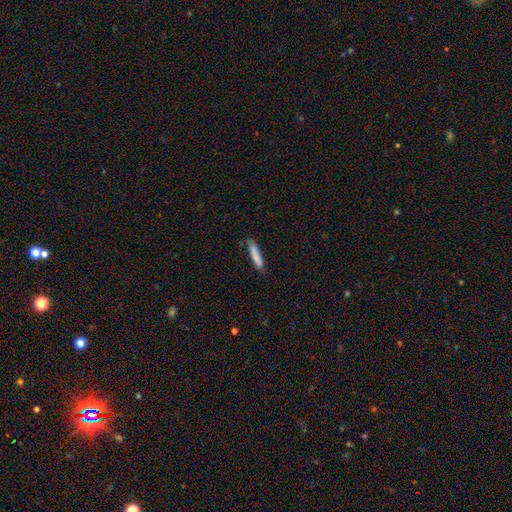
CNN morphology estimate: Overall: smooth (84%). How rounded: cigar-shaped (88%). Merging: none (80%).